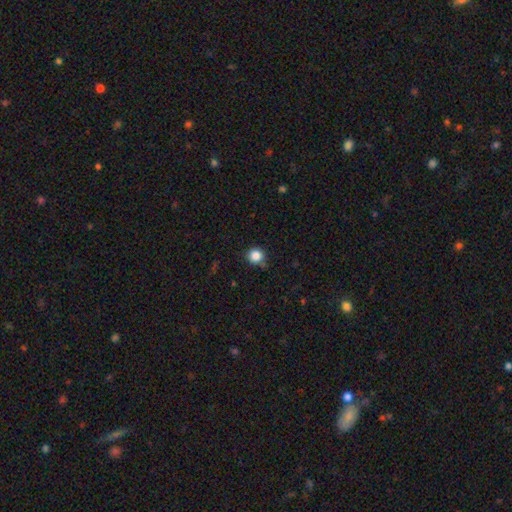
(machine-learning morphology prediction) This appears to be a smooth galaxy with no disk features (85%) that is round (93%). Merging: none (82%).